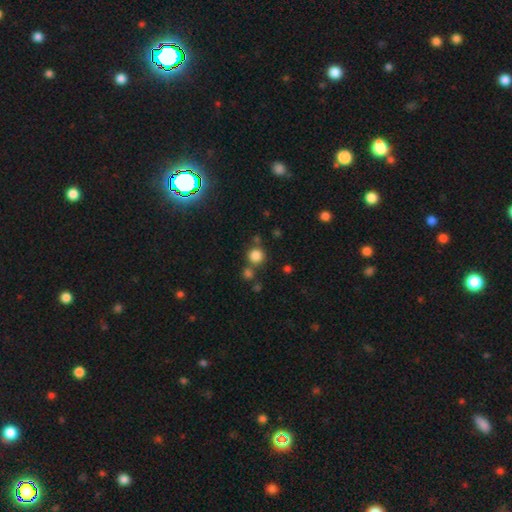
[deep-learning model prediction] This is clearly a smooth galaxy (82%). How rounded: clearly round (93%). Merging: likely none (73%).